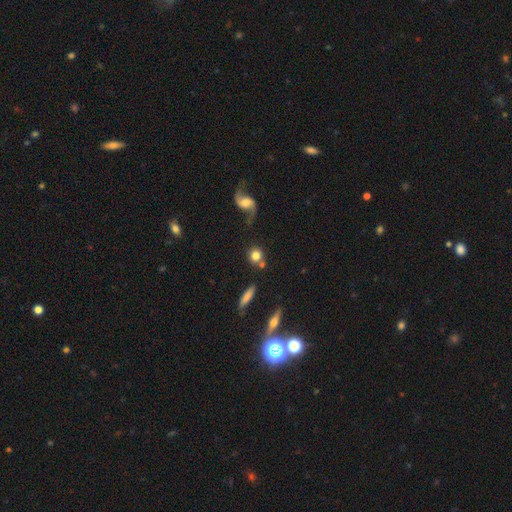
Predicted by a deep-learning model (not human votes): smooth 76%, featured or disk 15%, star or artifact 9%. Down the decision tree: how rounded — round (87%); merging — none (70%).